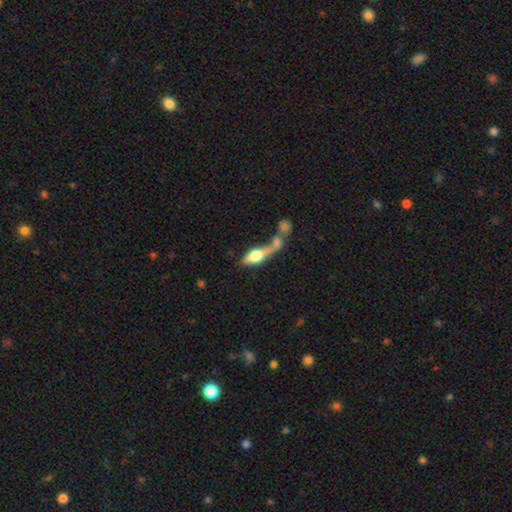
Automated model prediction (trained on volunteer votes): The model was most divided on "smooth or featured": smooth: 54%, featured or disk: 38%, star or artifact: 7%. More confident: how rounded — in between (64%); merging — merger (59%).